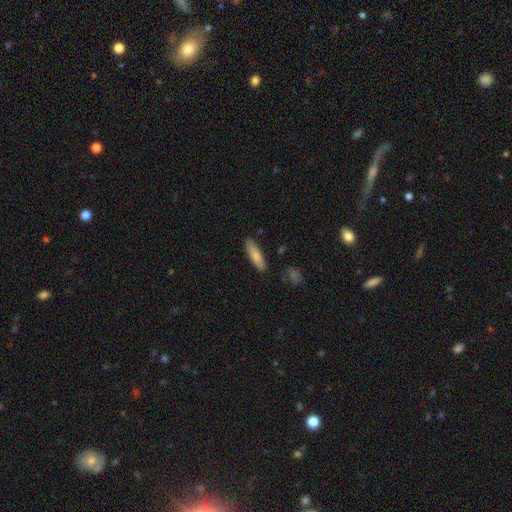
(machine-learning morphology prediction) A smooth galaxy with no disk features (81%) that is cigar-shaped (68%). Merging: none (85%).